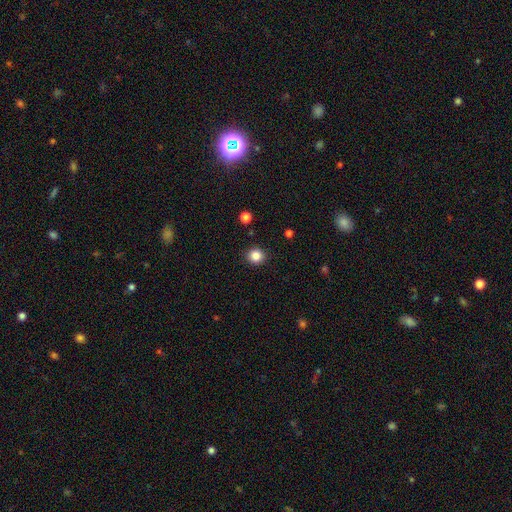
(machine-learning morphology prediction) Smooth or featured? smooth (85%)
How rounded? round (90%)
Merging? none (92%)